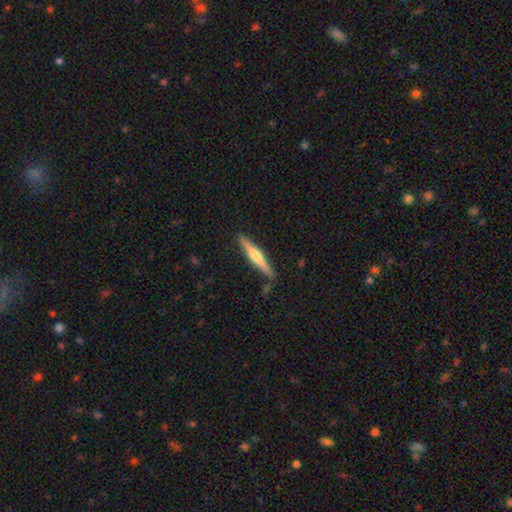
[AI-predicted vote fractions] Morphology: type=featured or disk (61%); edge-on=yes (97%); edge-on bulge=rounded (86%); merging=none (88%).